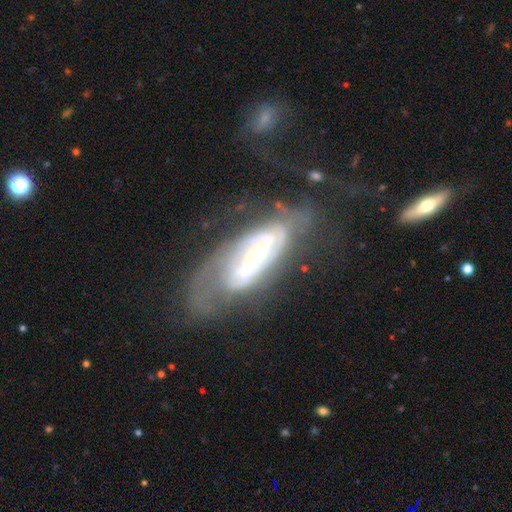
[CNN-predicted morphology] Q: Smooth or featured?
A: featured or disk (82%); runner-up: smooth (12%)
Q: Edge-on disk?
A: no (90%); runner-up: yes (10%)
Q: Bar?
A: no (65%); runner-up: weak (23%)
Q: Spiral arms?
A: yes (83%); runner-up: no (17%)
Q: Spiral winding?
A: tight (59%); runner-up: medium (29%)
Q: Spiral arm count?
A: can't tell (44%); runner-up: 2 (35%)
Q: Bulge size?
A: small (52%); runner-up: moderate (43%)
Q: Merging?
A: none (47%); runner-up: major disturbance (29%)